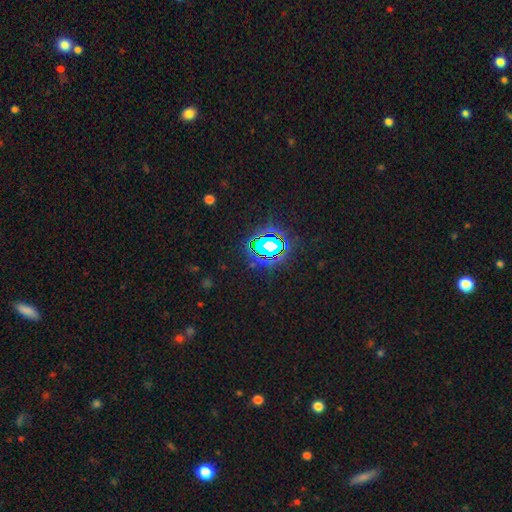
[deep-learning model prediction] A star or artifact, not a galaxy (81%).

Vote fractions:
- Smooth or featured? star or artifact: 81% / smooth: 12% / featured or disk: 7%